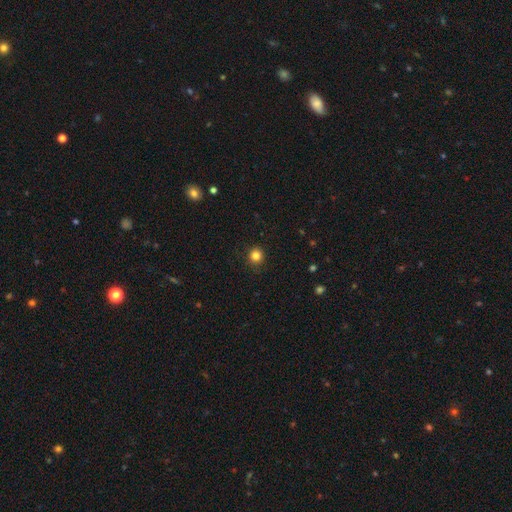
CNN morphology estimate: Smooth or featured?
  - smooth: 84% *
  - star or artifact: 12%
  - featured or disk: 4%
How rounded?
  - round: 93% *
  - in between: 6%
  - cigar-shaped: 1%
Merging?
  - none: 91% *
  - minor disturbance: 6%
  - major disturbance: 2%
  - merger: 1%